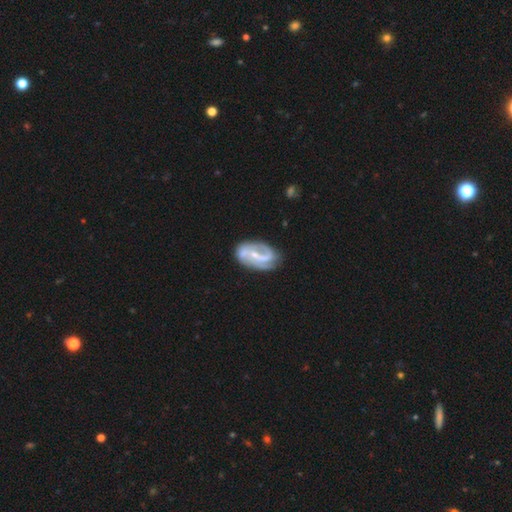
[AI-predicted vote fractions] Morphology: type=featured or disk (83%); edge-on=no (97%); bar=weak (41%); spiral arms=yes (92%); winding=medium (44%); arm count=2 (81%); bulge=small (60%); merging=none (67%).